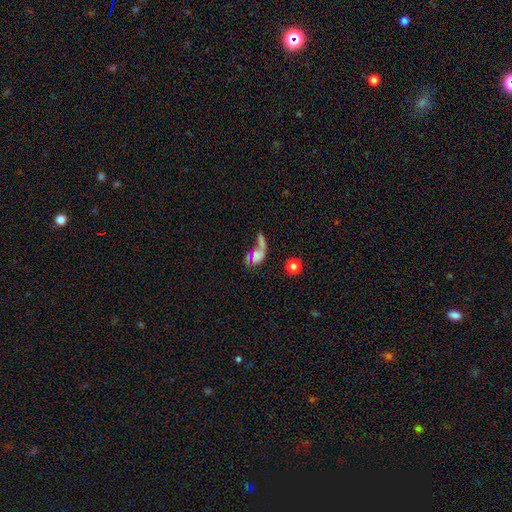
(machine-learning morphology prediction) smooth-or-featured: smooth: 52% | featured or disk: 31% | star or artifact: 17%
  how-rounded: in between: 70% | round: 23% | cigar-shaped: 7%
  merging: merger: 47% | none: 21% | major disturbance: 21% | minor disturbance: 10%